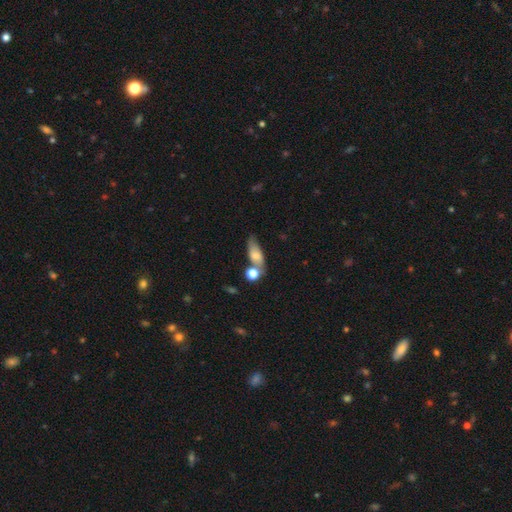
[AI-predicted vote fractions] A smooth galaxy with no disk features (69%) that is in between round and cigar-shaped (68%). Merging: none (47%).